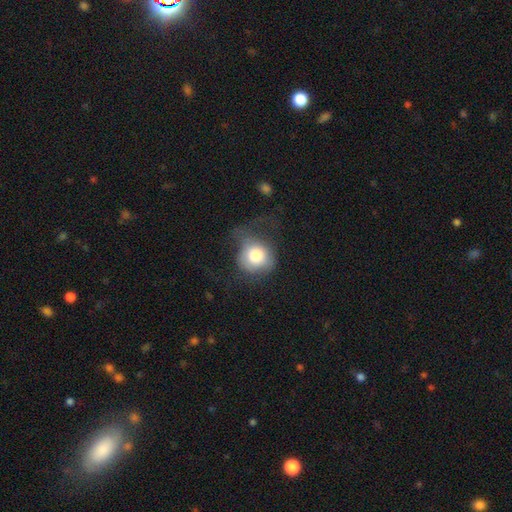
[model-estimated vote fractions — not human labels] This is likely a smooth galaxy (75%). How rounded: clearly round (81%). Merging: marginally none (38%).